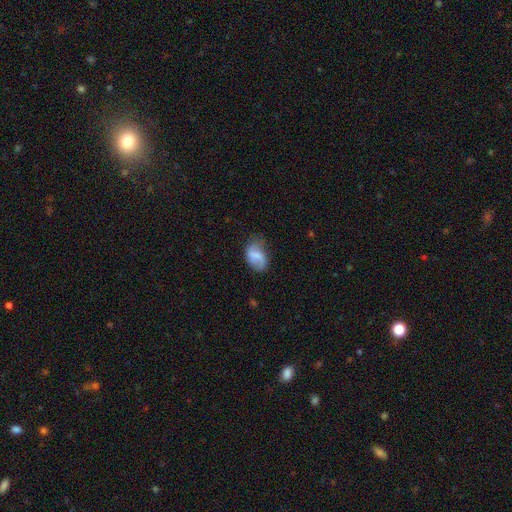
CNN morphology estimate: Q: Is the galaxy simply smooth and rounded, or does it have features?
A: smooth — 63%.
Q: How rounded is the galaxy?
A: in between — 86%.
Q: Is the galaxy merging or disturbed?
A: none — 47%.